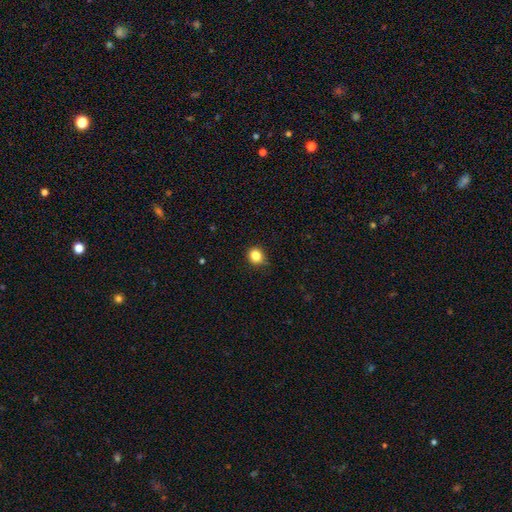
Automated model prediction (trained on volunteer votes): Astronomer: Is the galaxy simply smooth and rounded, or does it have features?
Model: smooth — 83%.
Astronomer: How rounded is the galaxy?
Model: round — 83%.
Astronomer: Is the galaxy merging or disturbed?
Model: none — 85%.